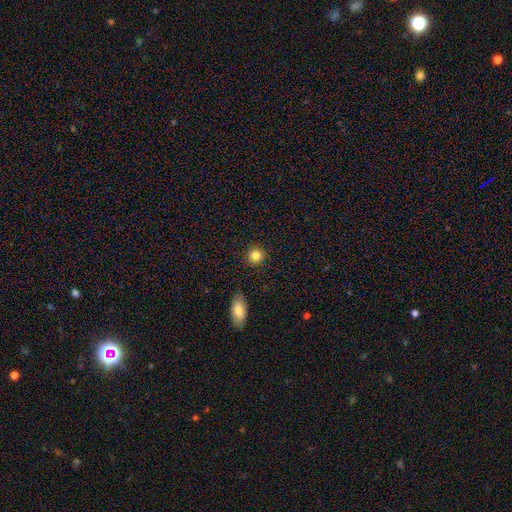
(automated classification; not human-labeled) Smooth or featured?
  - smooth: 84% *
  - star or artifact: 11%
  - featured or disk: 6%
How rounded?
  - round: 91% *
  - in between: 7%
  - cigar-shaped: 1%
Merging?
  - none: 90% *
  - minor disturbance: 6%
  - major disturbance: 2%
  - merger: 2%